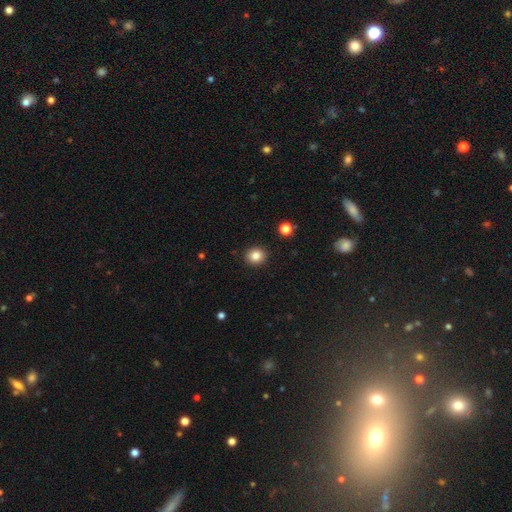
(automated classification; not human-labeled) Smooth or featured? Predicted: smooth (p=0.84). How rounded? Predicted: round (p=0.78). Merging? Predicted: none (p=0.92).